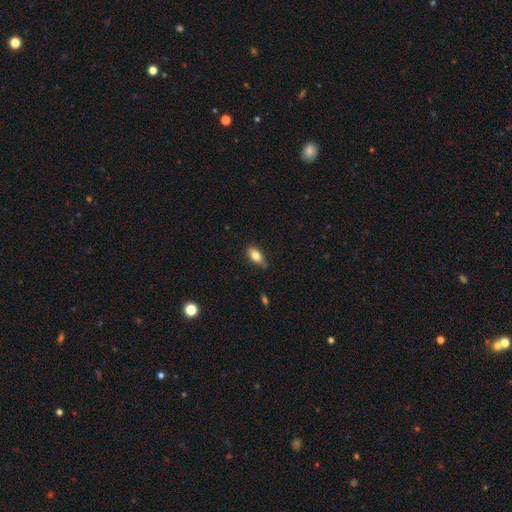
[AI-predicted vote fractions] Overall: smooth (80%). How rounded: in between (87%). Merging: none (73%).